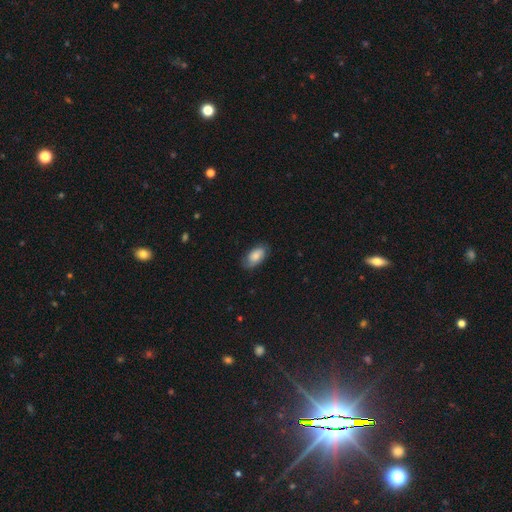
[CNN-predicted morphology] This appears to be a smooth galaxy with no disk features (75%) that is in between round and cigar-shaped (93%). Merging: none (77%).